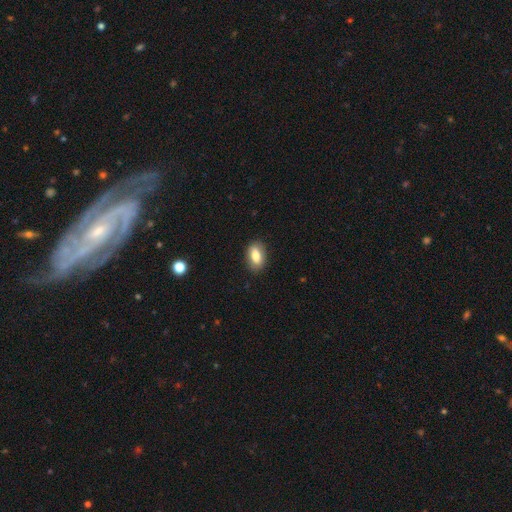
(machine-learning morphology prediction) Smooth or featured: smooth — 80% (featured or disk — 12%)
How rounded: in between — 89% (round — 7%)
Merging: none — 86% (minor disturbance — 10%)